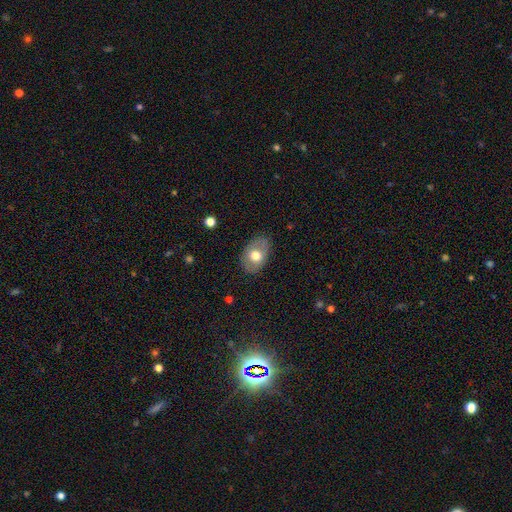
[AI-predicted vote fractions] A smooth galaxy with no disk features (62%) that is in between round and cigar-shaped (82%).

Vote fractions:
- Smooth or featured? smooth: 62% / featured or disk: 31% / star or artifact: 7%
- How rounded? in between: 82% / round: 17% / cigar-shaped: 1%
- Merging? none: 81% / minor disturbance: 14% / major disturbance: 4% / merger: 1%